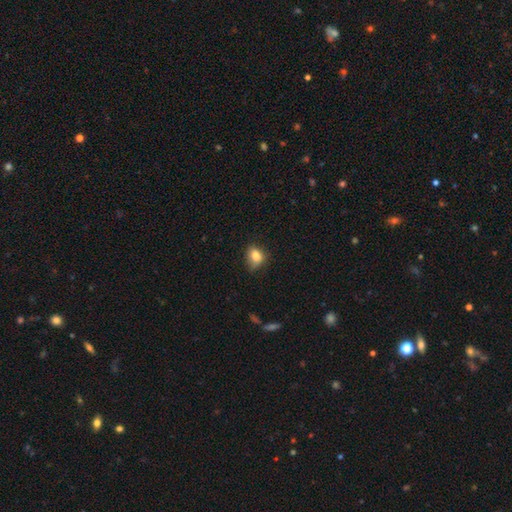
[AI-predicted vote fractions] Smooth or featured?
  - smooth: 81% *
  - star or artifact: 10%
  - featured or disk: 9%
How rounded?
  - in between: 60% *
  - round: 38%
  - cigar-shaped: 1%
Merging?
  - none: 55% *
  - minor disturbance: 34%
  - major disturbance: 9%
  - merger: 2%